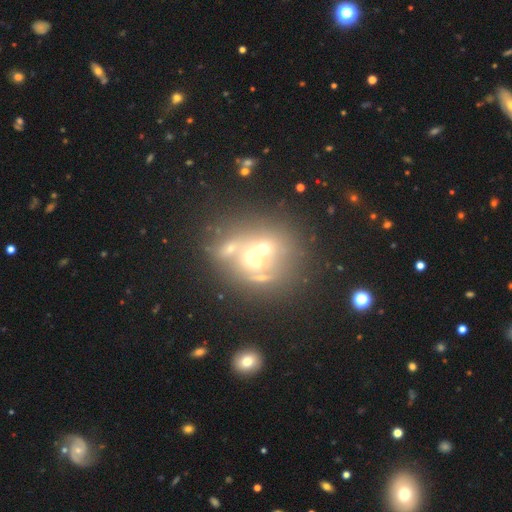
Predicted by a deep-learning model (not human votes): The model was most divided on "smooth or featured": smooth: 45%, featured or disk: 31%, star or artifact: 24%. More confident: merging — merger (55%).